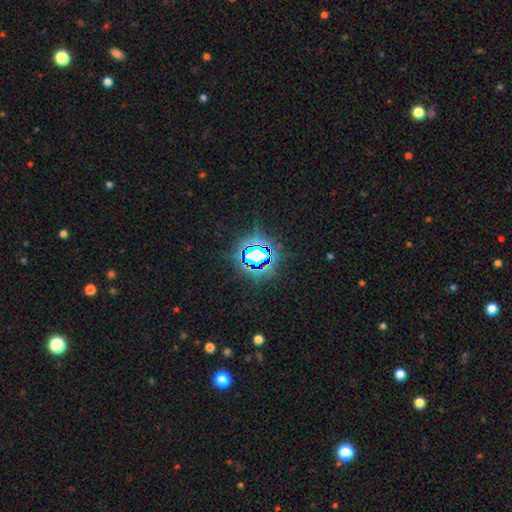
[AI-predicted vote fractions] Q: Smooth or featured?
A: star or artifact (78%); runner-up: smooth (12%)